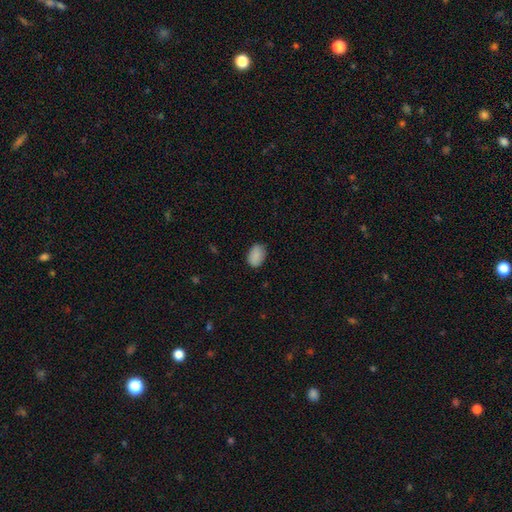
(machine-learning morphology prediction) The model was most divided on "merging": none: 79%, minor disturbance: 17%, major disturbance: 3%, merger: 1%. More confident: smooth or featured — smooth (89%); how rounded — in between (86%).